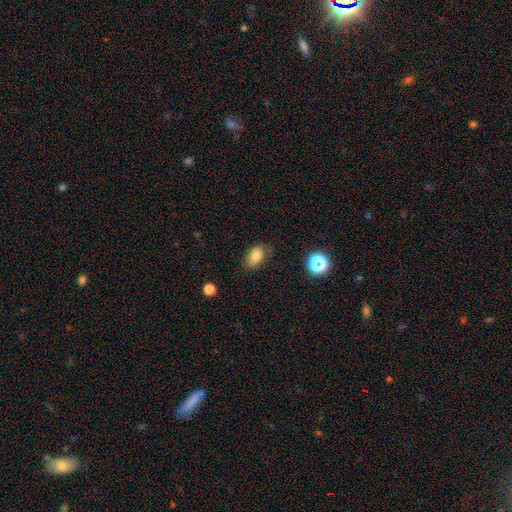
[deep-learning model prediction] smooth-or-featured: smooth: 80% | star or artifact: 11% | featured or disk: 9%
  how-rounded: in between: 85% | round: 13% | cigar-shaped: 2%
  merging: none: 75% | minor disturbance: 19% | major disturbance: 5% | merger: 2%